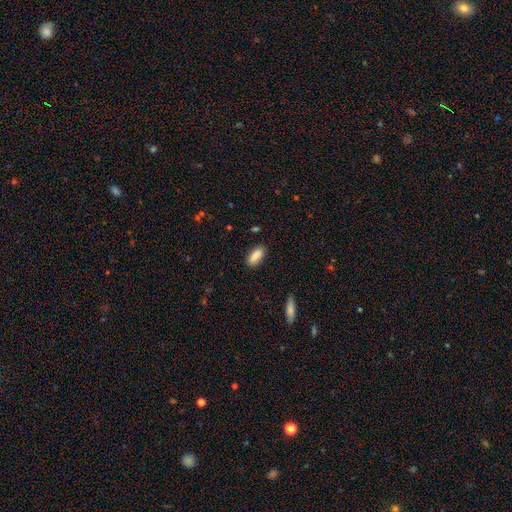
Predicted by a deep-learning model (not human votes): The model was most divided on "how rounded": in between: 84%, cigar-shaped: 14%, round: 2%. More confident: smooth or featured — smooth (88%); merging — none (86%).